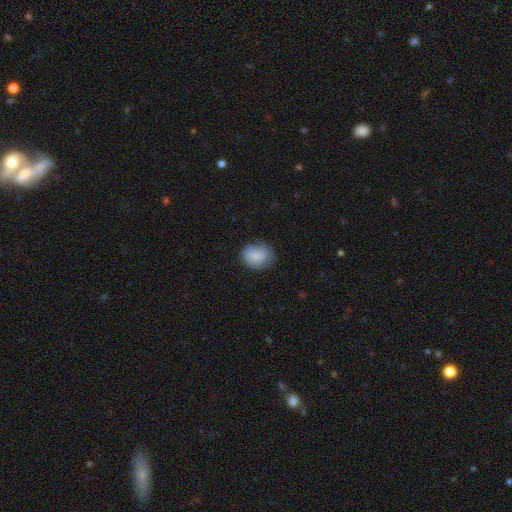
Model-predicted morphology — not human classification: type=smooth (78%); roundness=round (57%); merging=none (68%).